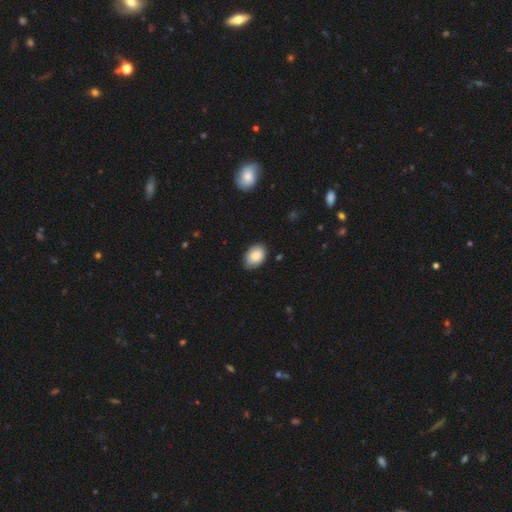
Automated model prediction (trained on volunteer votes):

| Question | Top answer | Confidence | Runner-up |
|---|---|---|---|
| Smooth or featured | smooth | 83% | featured or disk (10%) |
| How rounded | in between | 84% | round (15%) |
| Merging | none | 75% | minor disturbance (21%) |